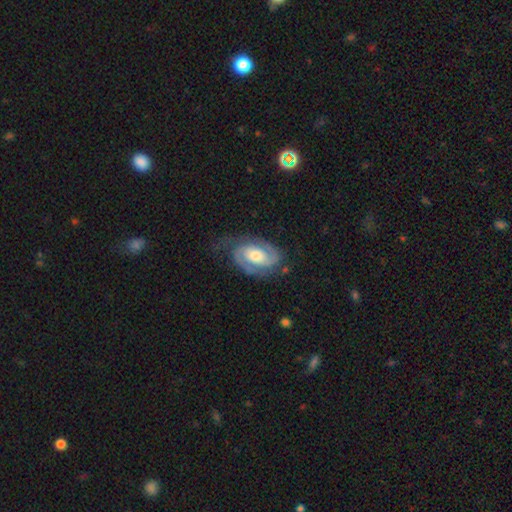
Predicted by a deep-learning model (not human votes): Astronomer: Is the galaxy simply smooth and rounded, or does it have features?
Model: featured or disk — 88%.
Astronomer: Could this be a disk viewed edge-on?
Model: no — 97%.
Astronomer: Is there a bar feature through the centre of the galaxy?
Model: no — 50% (runner-up: weak, 35%).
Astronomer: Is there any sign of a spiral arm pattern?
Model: yes — 97%.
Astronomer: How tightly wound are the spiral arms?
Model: tight — 53% (runner-up: medium, 39%).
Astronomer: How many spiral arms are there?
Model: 2 — 89%.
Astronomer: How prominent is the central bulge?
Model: moderate — 62%.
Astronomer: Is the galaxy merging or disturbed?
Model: none — 72%.